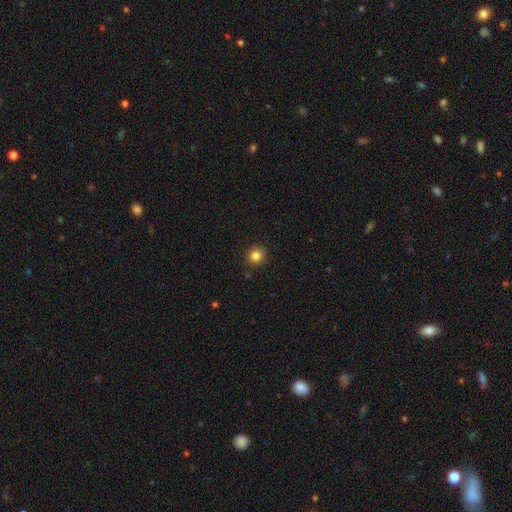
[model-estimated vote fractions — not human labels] This is clearly a smooth galaxy (83%). How rounded: clearly round (90%). Merging: clearly none (91%).